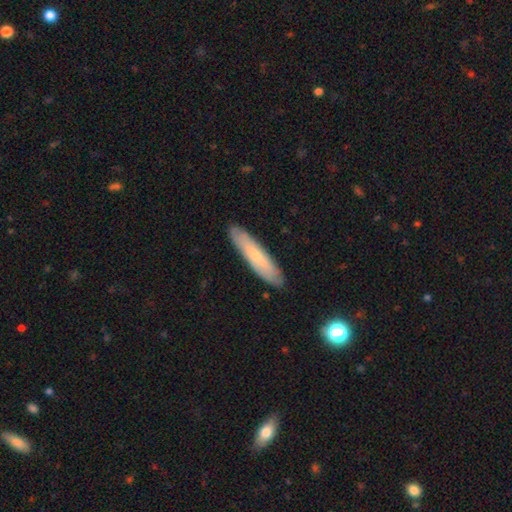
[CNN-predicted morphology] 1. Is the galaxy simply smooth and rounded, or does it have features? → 63% smooth, 31% featured or disk, 6% star or artifact.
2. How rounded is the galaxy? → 84% cigar-shaped, 15% in between, 1% round.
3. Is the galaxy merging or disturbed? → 88% none, 9% minor disturbance, 2% major disturbance, 1% merger.